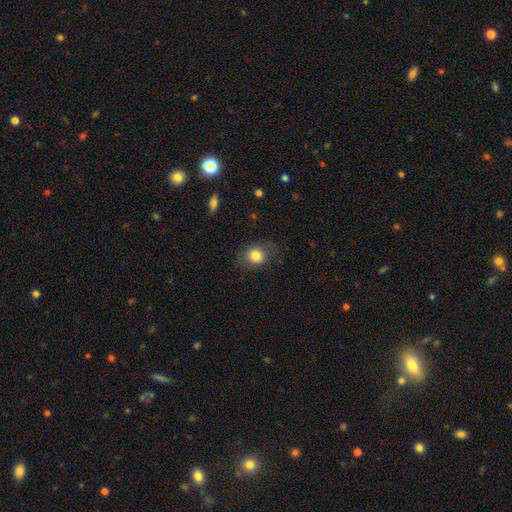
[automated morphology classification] smooth 82%, featured or disk 9%, star or artifact 9%. Down the decision tree: how rounded — round (63%); merging — none (72%).